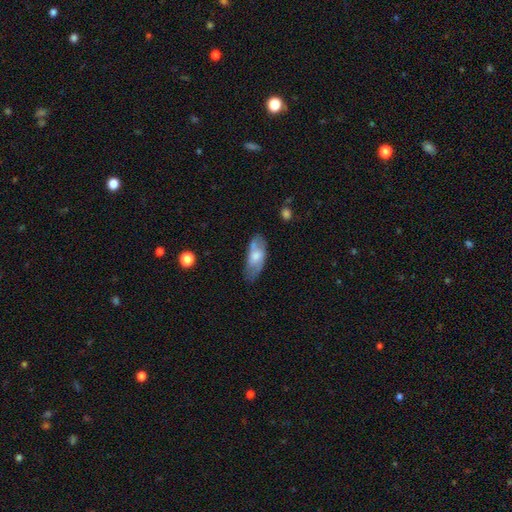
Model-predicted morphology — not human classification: Smooth or featured? Predicted: smooth (p=0.58). How rounded? Predicted: in between (p=0.83). Merging? Predicted: none (p=0.64).